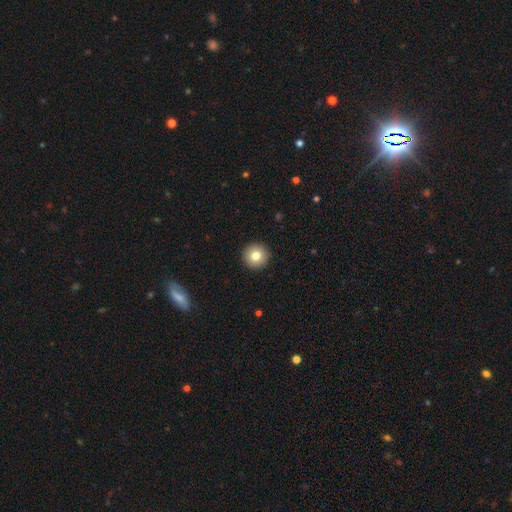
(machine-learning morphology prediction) Smooth or featured? smooth (79%)
How rounded? round (96%)
Merging? none (94%)